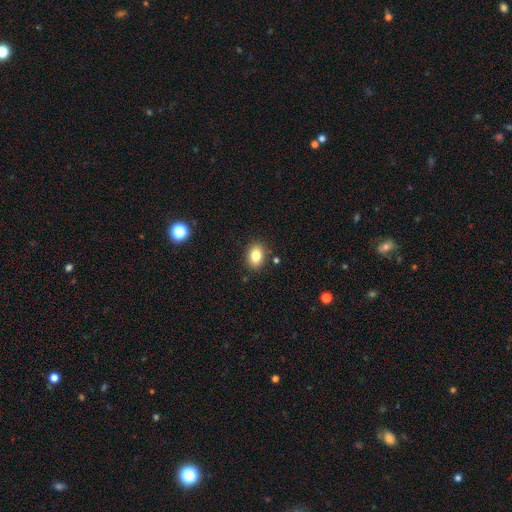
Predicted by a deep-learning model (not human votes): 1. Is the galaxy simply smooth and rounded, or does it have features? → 82% smooth, 10% star or artifact, 8% featured or disk.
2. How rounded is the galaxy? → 72% in between, 27% round, 1% cigar-shaped.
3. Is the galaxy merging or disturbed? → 87% none, 9% minor disturbance, 2% merger, 2% major disturbance.